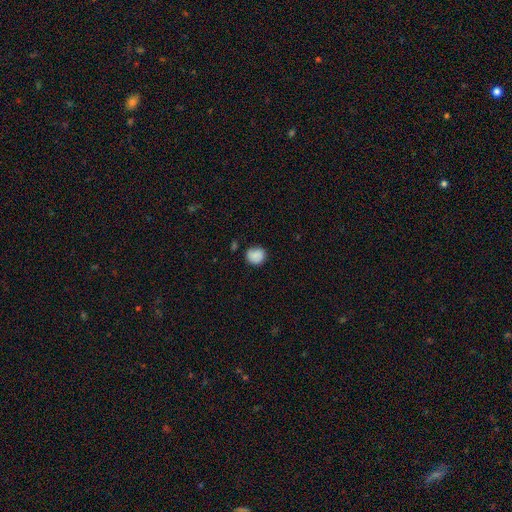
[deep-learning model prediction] This appears to be a smooth galaxy with no disk features (83%) that is round (84%). Merging: none (77%).